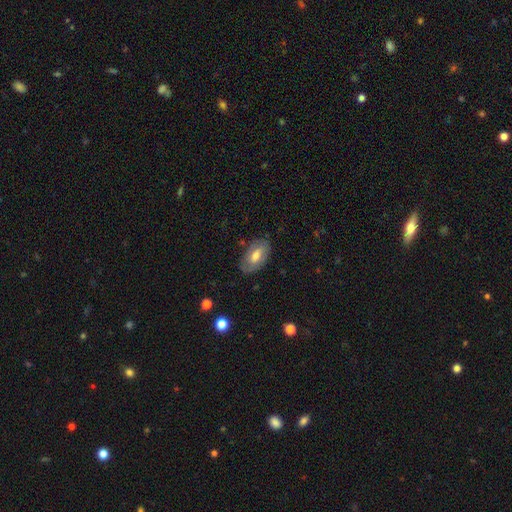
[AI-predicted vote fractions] Smooth or featured?
  - smooth: 60% *
  - featured or disk: 34%
  - star or artifact: 6%
How rounded?
  - in between: 93% *
  - round: 4%
  - cigar-shaped: 3%
Merging?
  - none: 80% *
  - minor disturbance: 15%
  - major disturbance: 4%
  - merger: 1%